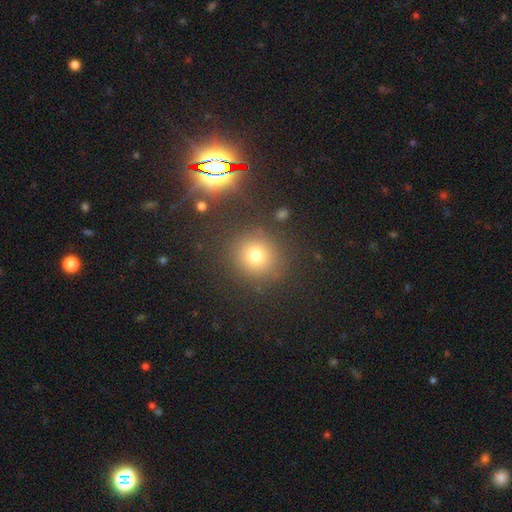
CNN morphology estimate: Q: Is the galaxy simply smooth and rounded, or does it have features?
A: smooth — 71%.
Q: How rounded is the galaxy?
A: round — 90%.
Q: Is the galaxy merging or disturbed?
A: none — 85%.